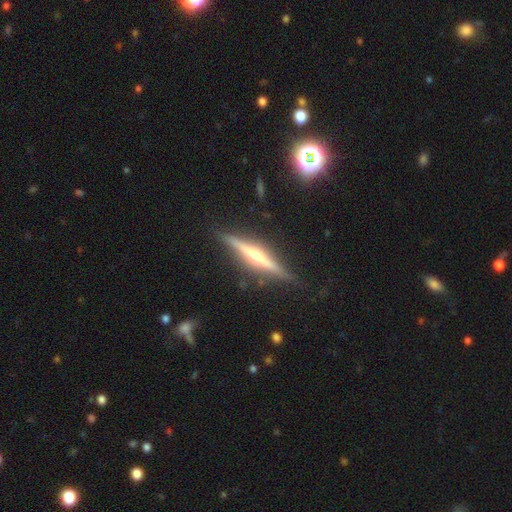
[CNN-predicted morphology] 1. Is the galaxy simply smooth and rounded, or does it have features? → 76% featured or disk, 18% smooth, 6% star or artifact.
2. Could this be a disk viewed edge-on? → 97% yes, 3% no.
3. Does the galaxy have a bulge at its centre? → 73% rounded, 16% none, 11% boxy.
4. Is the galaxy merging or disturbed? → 87% none, 10% minor disturbance, 2% major disturbance, 1% merger.